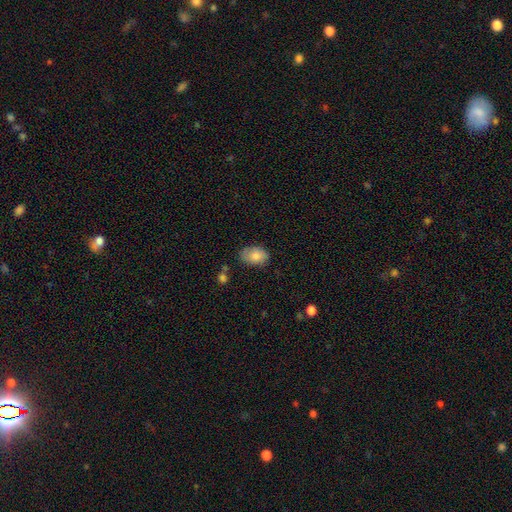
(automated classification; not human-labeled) The model was most divided on "merging": none: 71%, minor disturbance: 22%, major disturbance: 5%, merger: 3%. More confident: how rounded — in between (84%); smooth or featured — smooth (80%).